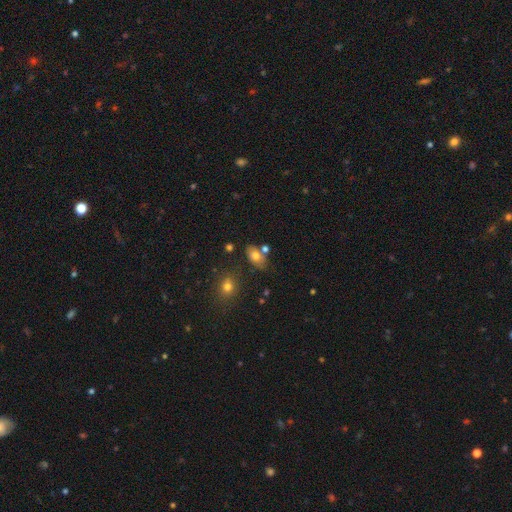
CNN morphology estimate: This is likely a smooth galaxy (74%). How rounded: clearly in between (85%). Merging: likely none (61%).